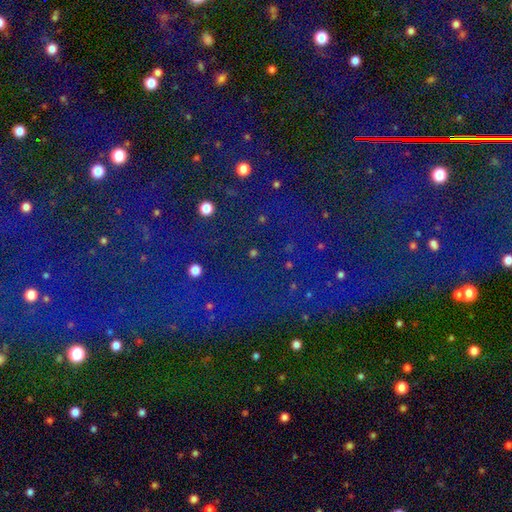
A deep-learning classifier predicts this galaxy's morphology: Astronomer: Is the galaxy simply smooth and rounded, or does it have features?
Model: star or artifact — 83%.